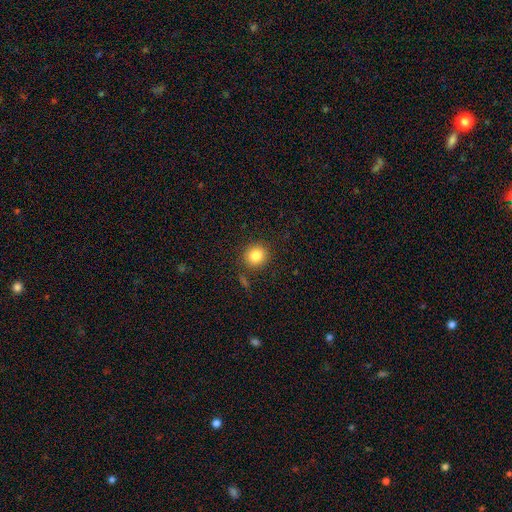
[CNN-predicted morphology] A smooth galaxy with no disk features (84%) that is round (86%). Merging: none (85%).